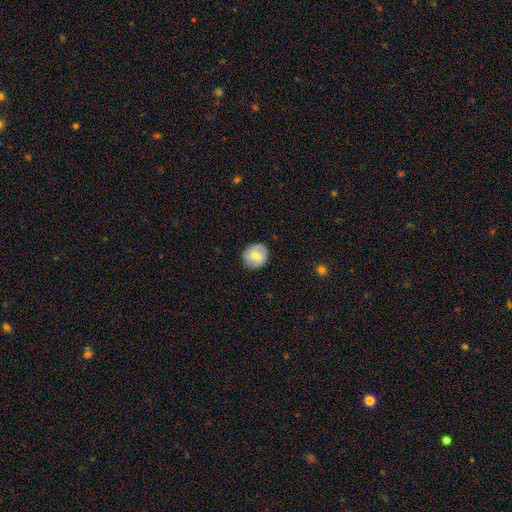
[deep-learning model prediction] This appears to be a smooth galaxy with no disk features (64%) that is round (75%). Merging: none (84%).